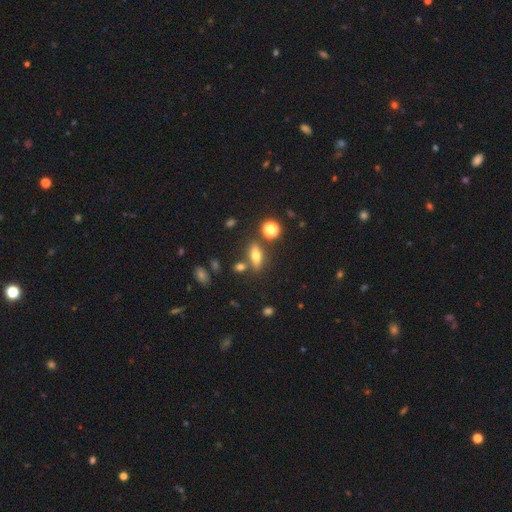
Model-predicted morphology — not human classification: Smooth or featured? Predicted: smooth (p=0.59). How rounded? Predicted: in between (p=0.66). Merging? Predicted: none (p=0.73).